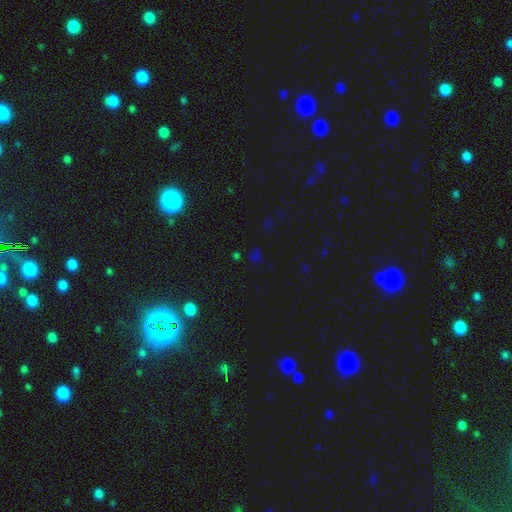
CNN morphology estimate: A star or artifact, not a galaxy (60%).